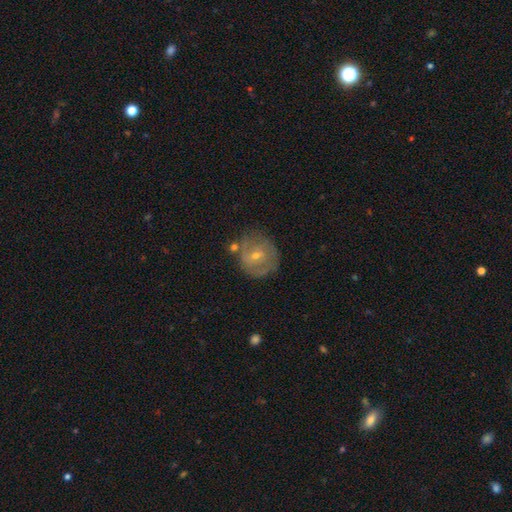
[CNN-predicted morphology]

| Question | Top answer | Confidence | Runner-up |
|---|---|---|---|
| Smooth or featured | featured or disk | 54% | smooth (35%) |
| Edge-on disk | no | 96% | yes (4%) |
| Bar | no | 54% | weak (37%) |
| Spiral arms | yes | 53% | no (47%) |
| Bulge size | small | 62% | moderate (35%) |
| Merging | none | 69% | minor disturbance (18%) |